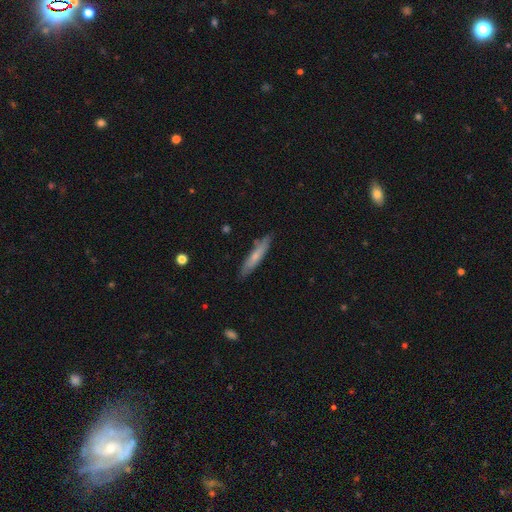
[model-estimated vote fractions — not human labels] Morphology: type=smooth (63%); roundness=cigar-shaped (89%); merging=none (83%).